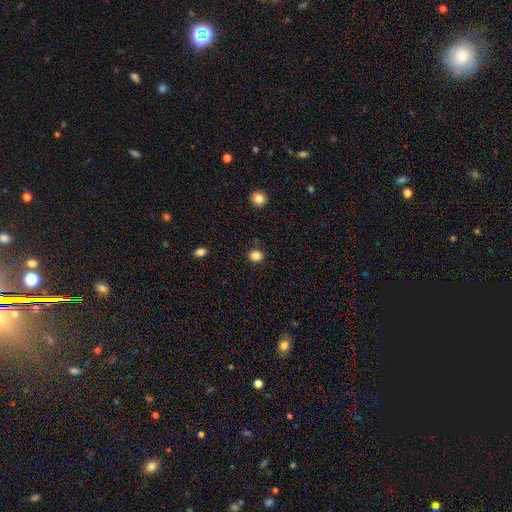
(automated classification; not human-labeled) Smooth or featured: smooth — 85% (star or artifact — 11%)
How rounded: round — 68% (in between — 31%)
Merging: none — 87% (minor disturbance — 9%)